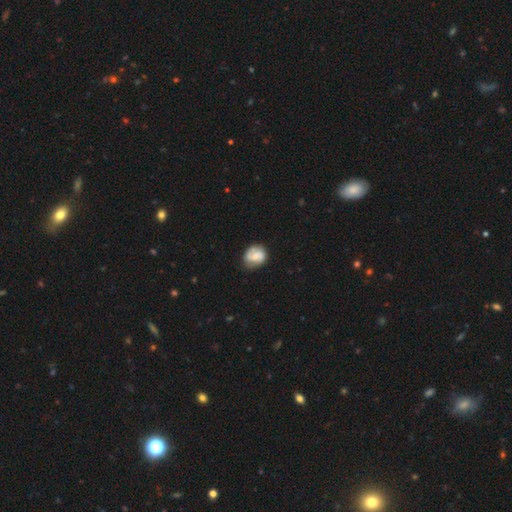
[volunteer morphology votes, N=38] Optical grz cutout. It shows a featured or disk galaxy (68%) with no bar (69%), 2 (90%) medium (60%) spiral arms (77%) and a moderate central bulge (42%, tied with small). Merging: none (60%).